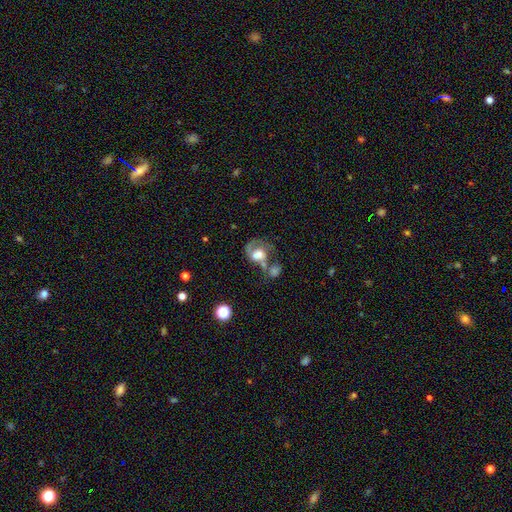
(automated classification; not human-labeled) A featured or disk galaxy (57%) with no bar (65%), spiral arms (70%) and a moderate central bulge (46%).

Vote fractions:
- Smooth or featured? featured or disk: 57% / smooth: 33% / star or artifact: 9%
- Edge-on disk? no: 97% / yes: 3%
- Bar? no: 65% / weak: 27% / strong: 8%
- Spiral arms? yes: 70% / no: 30%
- Bulge size? moderate: 46% / large: 34% / small: 10% / none: 6% / dominant: 4%
- Merging? merger: 42% / major disturbance: 25% / none: 21% / minor disturbance: 12%